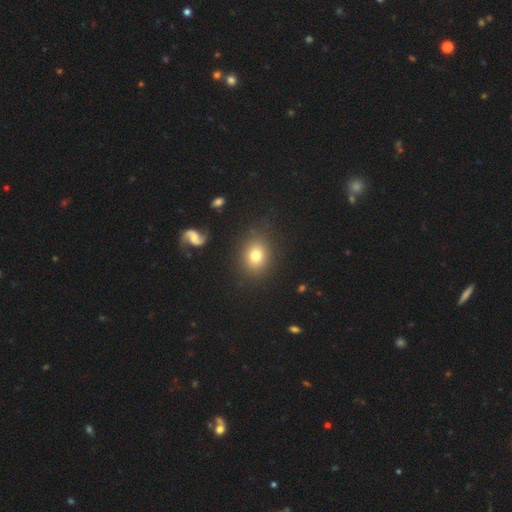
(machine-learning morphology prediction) This appears to be a smooth galaxy with no disk features (76%) that is round (58%). Merging: none (86%).